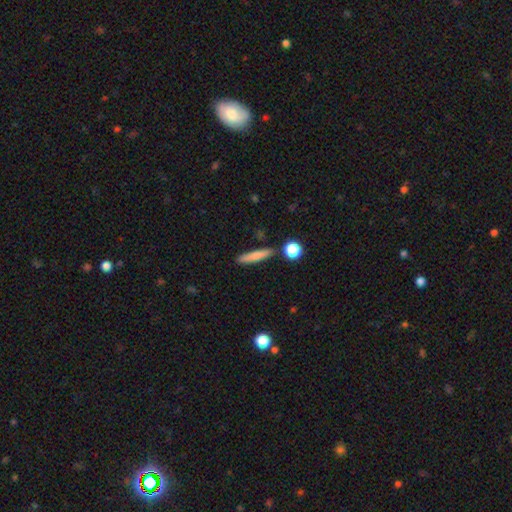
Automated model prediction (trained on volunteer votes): Smooth or featured? smooth (76%)
How rounded? cigar-shaped (88%)
Merging? none (84%)